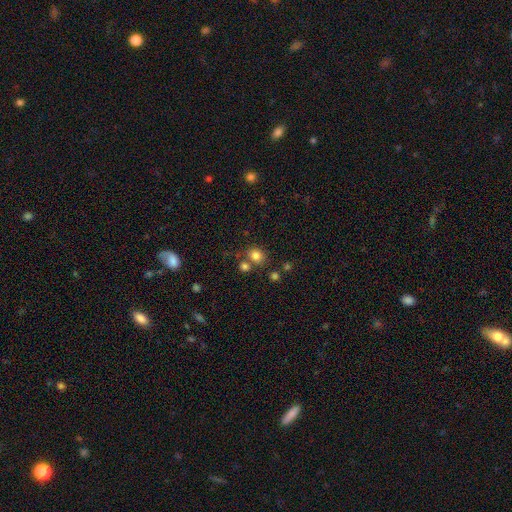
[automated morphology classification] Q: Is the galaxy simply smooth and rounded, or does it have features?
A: smooth — 81%.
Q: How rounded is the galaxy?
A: round — 71%.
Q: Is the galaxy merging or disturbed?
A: none — 65%.